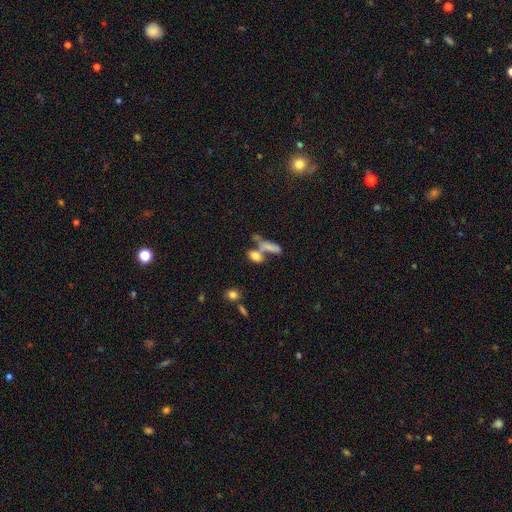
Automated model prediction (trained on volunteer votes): A smooth galaxy with no disk features (73%) that is in between round and cigar-shaped (69%). Merging: merger (43%).